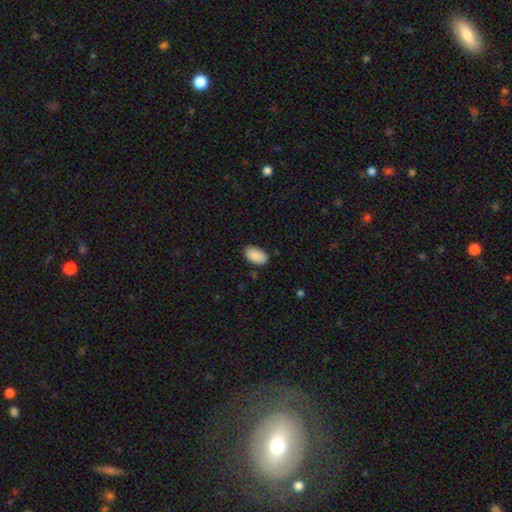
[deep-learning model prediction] This appears to be a smooth galaxy with no disk features (89%) that is in between round and cigar-shaped (95%). Merging: none (84%).